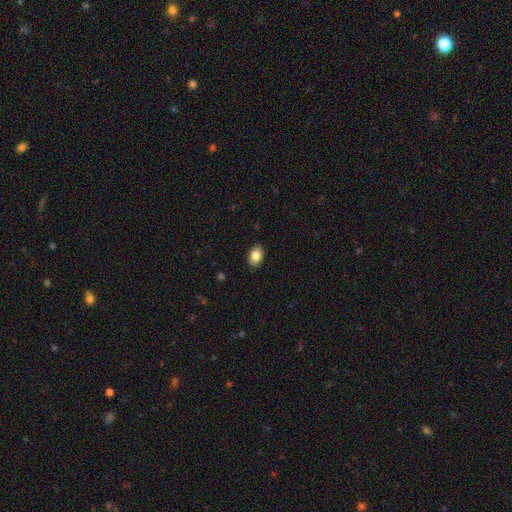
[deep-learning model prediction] A smooth galaxy with no disk features (85%) that is in between round and cigar-shaped (83%).

Vote fractions:
- Smooth or featured? smooth: 85% / star or artifact: 8% / featured or disk: 7%
- How rounded? in between: 83% / round: 16% / cigar-shaped: 1%
- Merging? none: 88% / minor disturbance: 9% / major disturbance: 2% / merger: 1%